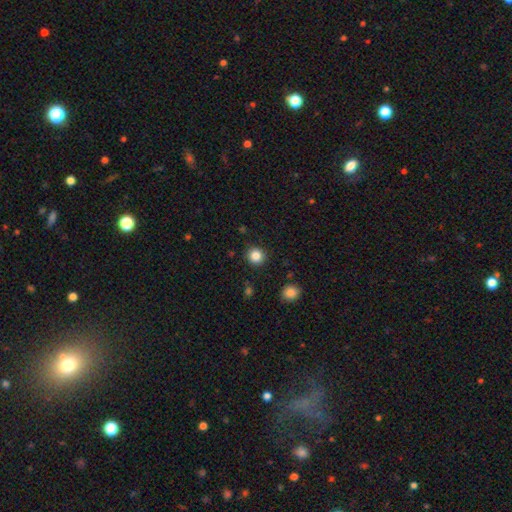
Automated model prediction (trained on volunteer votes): smooth-or-featured: smooth: 85% | star or artifact: 11% | featured or disk: 4%
  how-rounded: round: 91% | in between: 8% | cigar-shaped: 1%
  merging: none: 90% | minor disturbance: 6% | major disturbance: 2% | merger: 2%